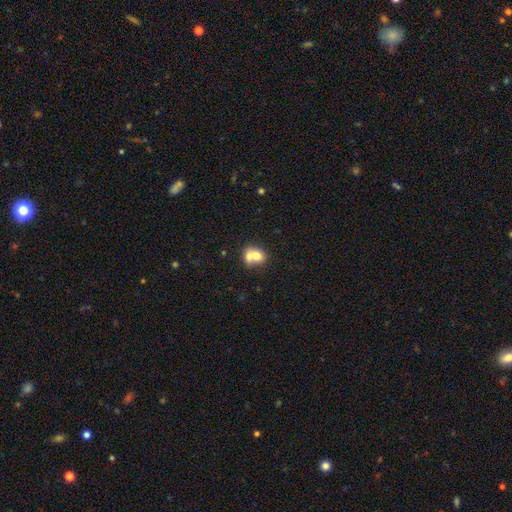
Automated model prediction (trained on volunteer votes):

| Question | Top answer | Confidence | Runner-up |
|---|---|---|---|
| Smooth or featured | smooth | 69% | featured or disk (22%) |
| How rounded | round | 57% | in between (42%) |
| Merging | merger | 64% | none (25%) |